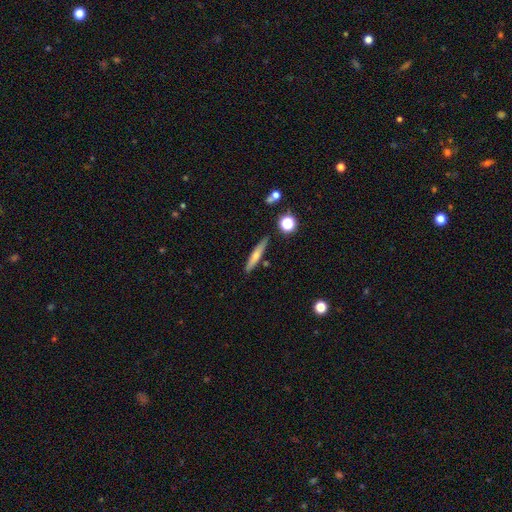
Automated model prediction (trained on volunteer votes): The model was most divided on "smooth or featured": smooth: 59%, featured or disk: 33%, star or artifact: 8%. More confident: how rounded — cigar-shaped (90%); merging — none (84%).